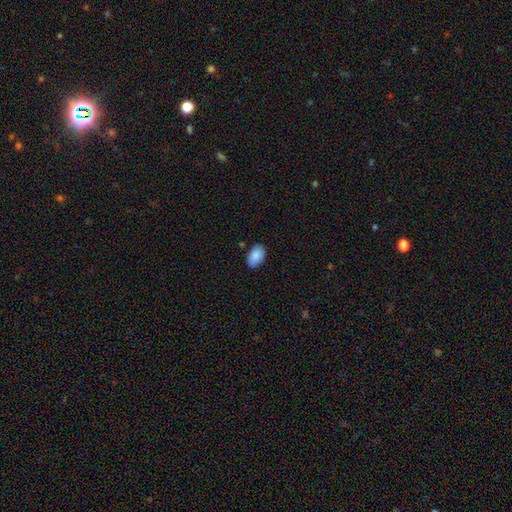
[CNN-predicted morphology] A smooth galaxy with no disk features (89%) that is in between round and cigar-shaped (93%).

Vote fractions:
- Smooth or featured? smooth: 89% / star or artifact: 6% / featured or disk: 5%
- How rounded? in between: 93% / round: 6% / cigar-shaped: 1%
- Merging? none: 86% / minor disturbance: 10% / major disturbance: 2% / merger: 2%